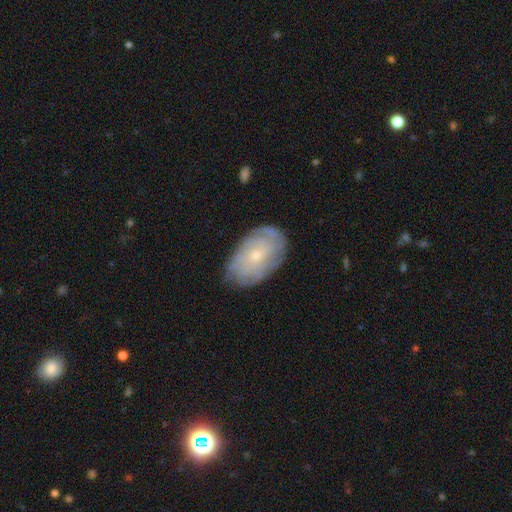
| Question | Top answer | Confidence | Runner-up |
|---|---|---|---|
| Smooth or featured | featured or disk | 51% | smooth (46%) |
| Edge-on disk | no | 100% | — |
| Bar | no | 68% | weak (32%) |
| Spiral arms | yes | 79% | no (21%) |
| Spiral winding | tight | 87% | medium (13%) |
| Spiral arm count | can't tell | 73% | 3 (20%) |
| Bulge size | small | 79% | moderate (21%) |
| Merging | none | 56% | minor disturbance (33%) |